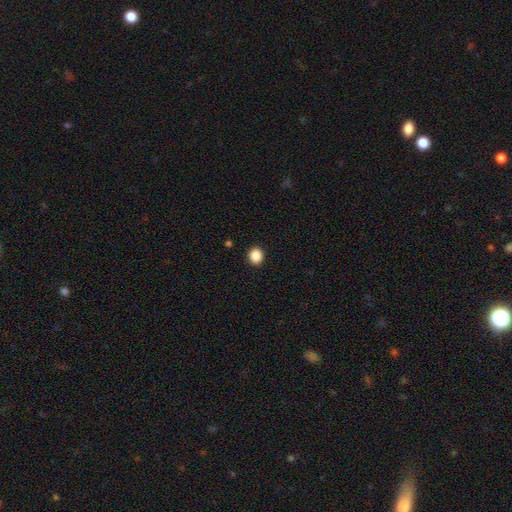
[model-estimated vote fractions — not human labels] This is clearly a smooth galaxy (89%). How rounded: likely round (76%). Merging: clearly none (92%).